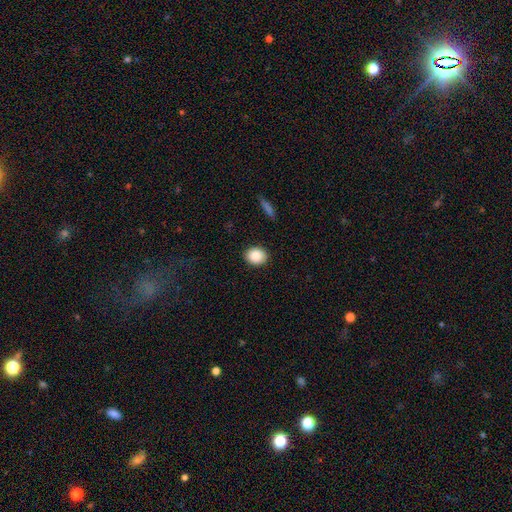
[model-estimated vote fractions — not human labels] The model was most divided on "how rounded": round: 56%, in between: 43%, cigar-shaped: 1%. More confident: merging — none (90%); smooth or featured — smooth (89%).